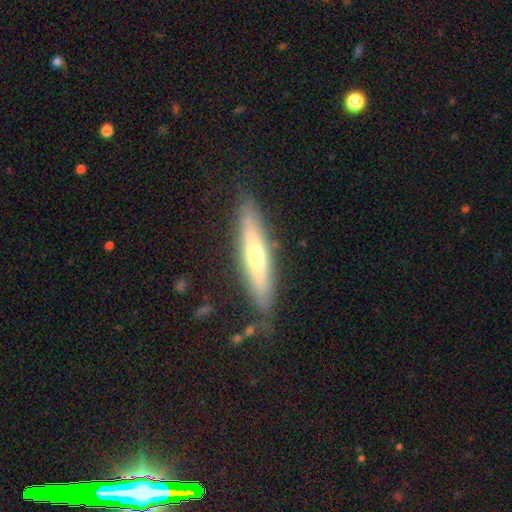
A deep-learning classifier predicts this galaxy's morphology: Overall: featured or disk (47%, tied with smooth). Merging: none (81%).